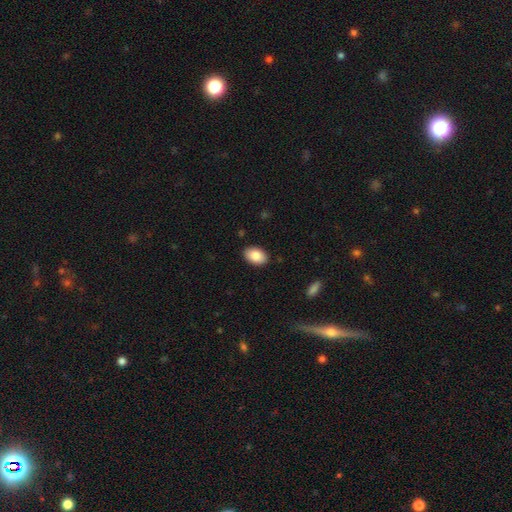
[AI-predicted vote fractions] A smooth galaxy with no disk features (88%) that is in between round and cigar-shaped (89%).

Vote fractions:
- Smooth or featured? smooth: 88% / star or artifact: 7% / featured or disk: 6%
- How rounded? in between: 89% / round: 10% / cigar-shaped: 1%
- Merging? none: 88% / minor disturbance: 9% / major disturbance: 2% / merger: 1%